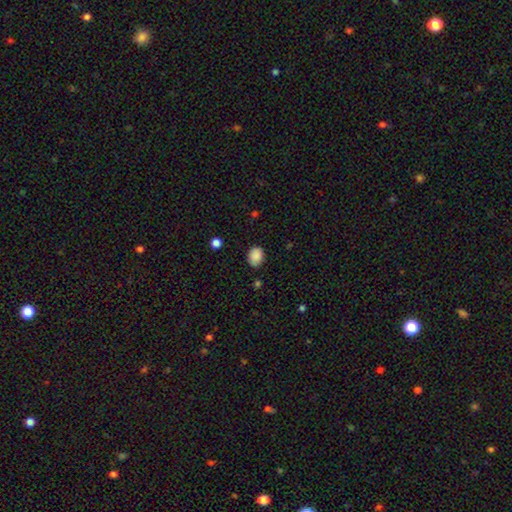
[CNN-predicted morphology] A smooth galaxy with no disk features (88%) that is in between round and cigar-shaped (60%).

Vote fractions:
- Smooth or featured? smooth: 88% / star or artifact: 9% / featured or disk: 4%
- How rounded? in between: 60% / round: 39% / cigar-shaped: 1%
- Merging? none: 80% / minor disturbance: 16% / major disturbance: 3% / merger: 2%